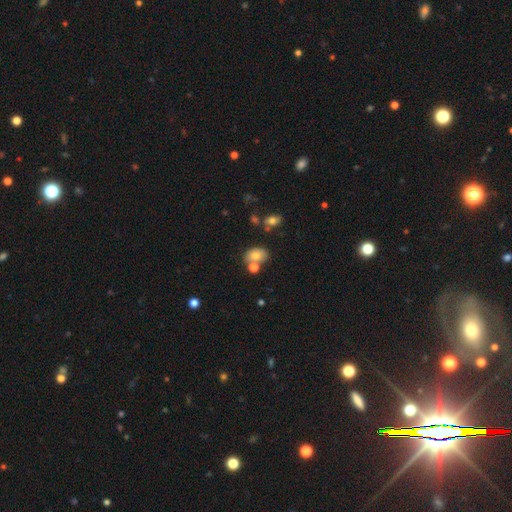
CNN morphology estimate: Smooth or featured: smooth — 74% (featured or disk — 14%)
How rounded: in between — 69% (round — 30%)
Merging: none — 54% (merger — 28%)